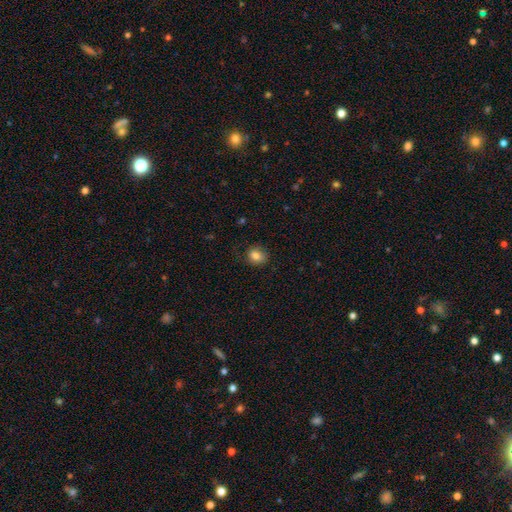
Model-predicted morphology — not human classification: smooth-or-featured: smooth: 83% | star or artifact: 10% | featured or disk: 7%
  how-rounded: round: 60% | in between: 39% | cigar-shaped: 1%
  merging: none: 76% | minor disturbance: 17% | major disturbance: 5% | merger: 1%